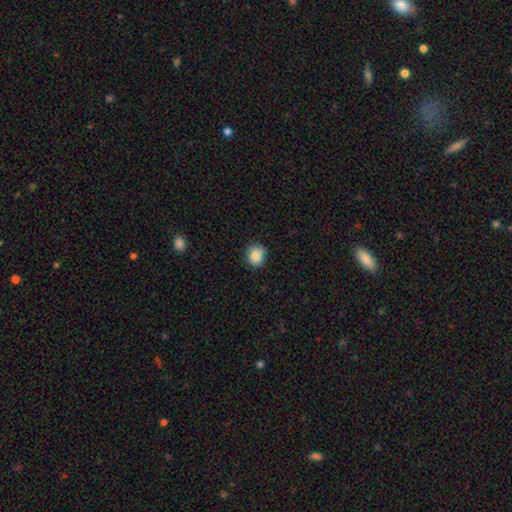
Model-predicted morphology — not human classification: type=smooth (87%); roundness=round (71%); merging=none (80%).